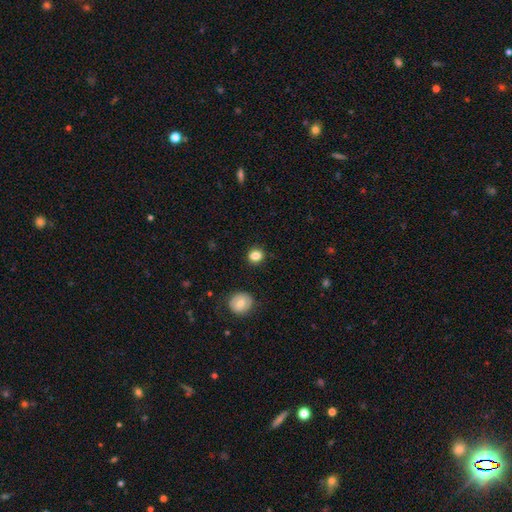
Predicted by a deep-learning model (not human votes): A smooth galaxy with no disk features (83%) that is round (80%). Merging: none (87%).